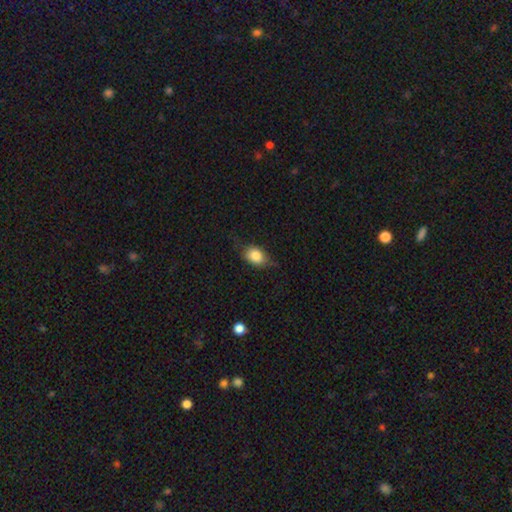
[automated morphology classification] The model was most divided on "merging": none: 64%, minor disturbance: 27%, major disturbance: 8%, merger: 1%. More confident: smooth or featured — smooth (80%); how rounded — in between (70%).